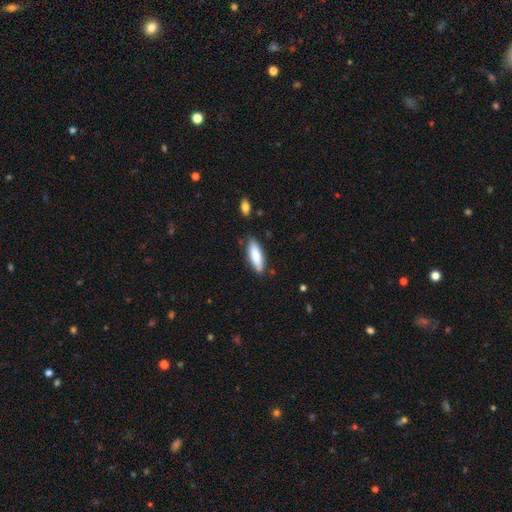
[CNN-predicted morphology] This is clearly a smooth galaxy (83%). How rounded: possibly cigar-shaped (51%). Merging: clearly none (82%).